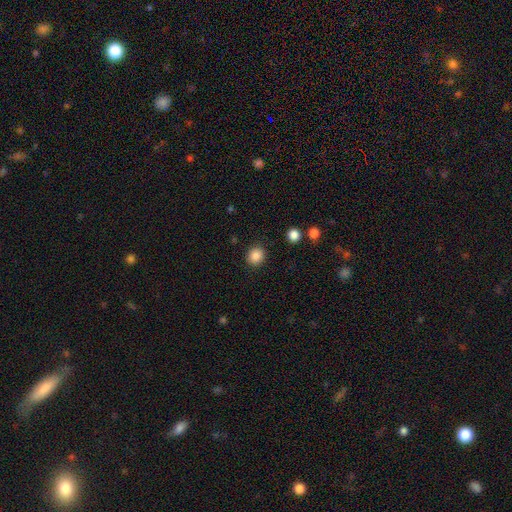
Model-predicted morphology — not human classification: A smooth galaxy with no disk features (87%) that is round (83%).

Vote fractions:
- Smooth or featured? smooth: 87% / star or artifact: 10% / featured or disk: 3%
- How rounded? round: 83% / in between: 16% / cigar-shaped: 1%
- Merging? none: 89% / minor disturbance: 7% / major disturbance: 3% / merger: 1%